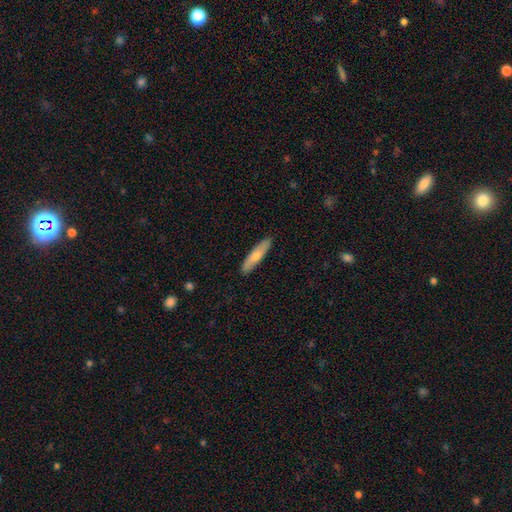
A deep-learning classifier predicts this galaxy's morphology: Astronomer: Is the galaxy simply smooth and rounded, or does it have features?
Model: smooth — 68%.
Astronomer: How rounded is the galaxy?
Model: cigar-shaped — 81%.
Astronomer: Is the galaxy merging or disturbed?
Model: none — 88%.